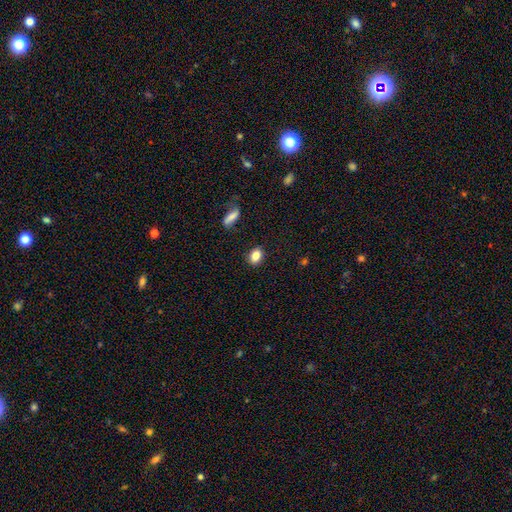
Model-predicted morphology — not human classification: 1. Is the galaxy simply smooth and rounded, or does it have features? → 84% smooth, 9% star or artifact, 7% featured or disk.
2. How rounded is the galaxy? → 72% in between, 26% round, 2% cigar-shaped.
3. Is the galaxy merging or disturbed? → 87% none, 9% minor disturbance, 2% major disturbance, 1% merger.